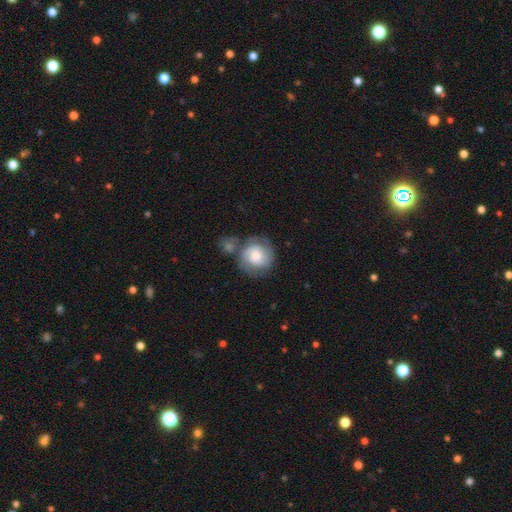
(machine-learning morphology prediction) smooth-or-featured: featured or disk: 48% | smooth: 45% | star or artifact: 7%
  merging: none: 51% | merger: 22% | minor disturbance: 17% | major disturbance: 9%